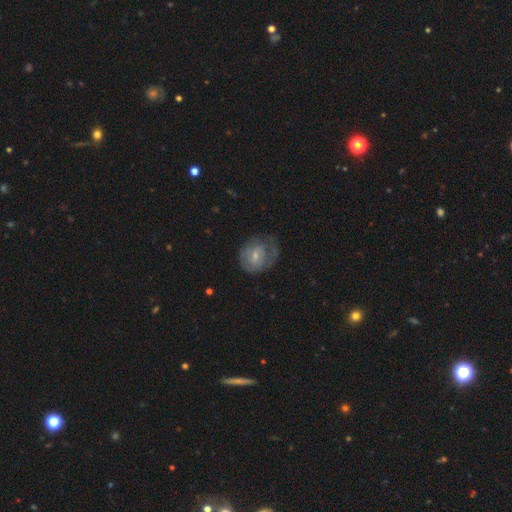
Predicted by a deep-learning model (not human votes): smooth-or-featured: featured or disk: 48% | smooth: 45% | star or artifact: 7%
  merging: none: 45% | minor disturbance: 28% | major disturbance: 26% | merger: 2%